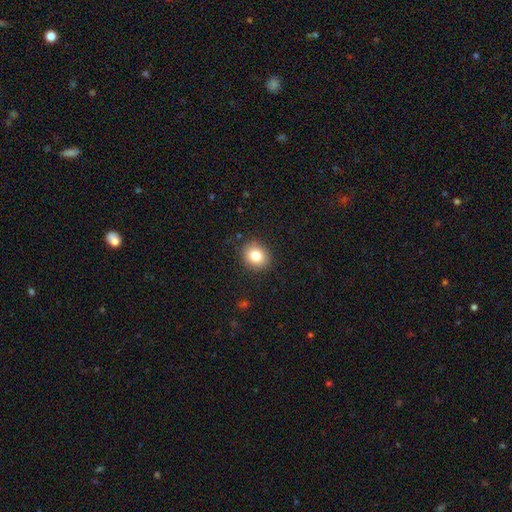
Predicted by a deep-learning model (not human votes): Overall: smooth (81%). How rounded: round (72%). Merging: none (88%).